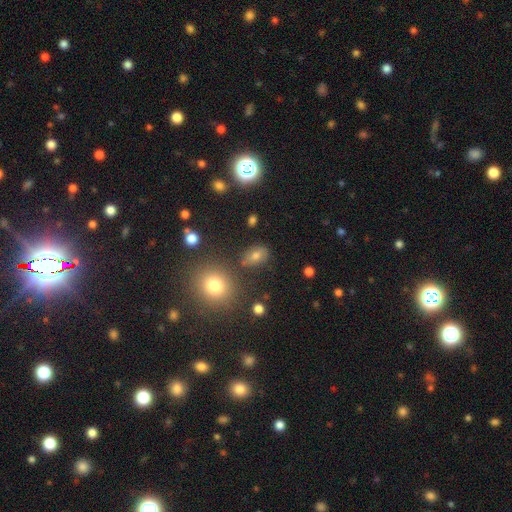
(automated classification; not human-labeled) Smooth or featured? smooth (66%)
How rounded? in between (72%)
Merging? none (80%)